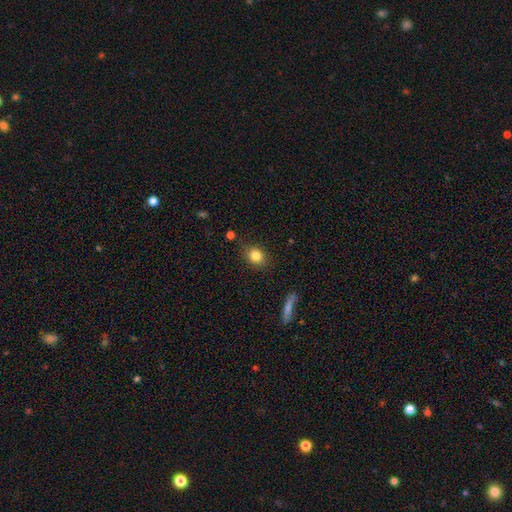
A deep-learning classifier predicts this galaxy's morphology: A smooth galaxy with no disk features (83%) that is round (63%). Merging: none (84%).